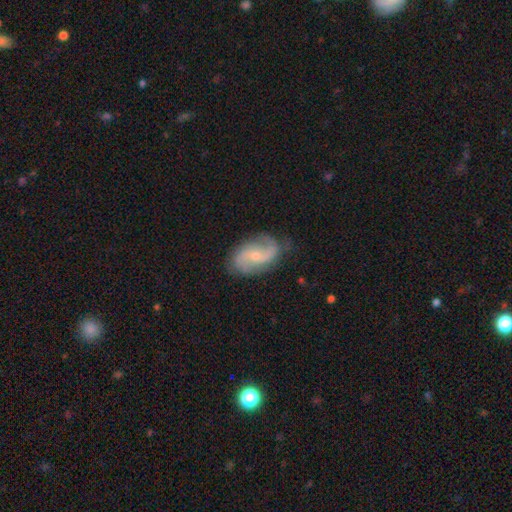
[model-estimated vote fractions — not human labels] Q: Smooth or featured?
A: featured or disk (81%); runner-up: smooth (13%)
Q: Edge-on disk?
A: no (97%); runner-up: yes (3%)
Q: Bar?
A: no (52%); runner-up: weak (38%)
Q: Spiral arms?
A: yes (95%); runner-up: no (5%)
Q: Spiral winding?
A: loose (42%); runner-up: medium (41%)
Q: Spiral arm count?
A: 2 (84%); runner-up: can't tell (6%)
Q: Bulge size?
A: small (68%); runner-up: moderate (28%)
Q: Merging?
A: none (75%); runner-up: minor disturbance (18%)